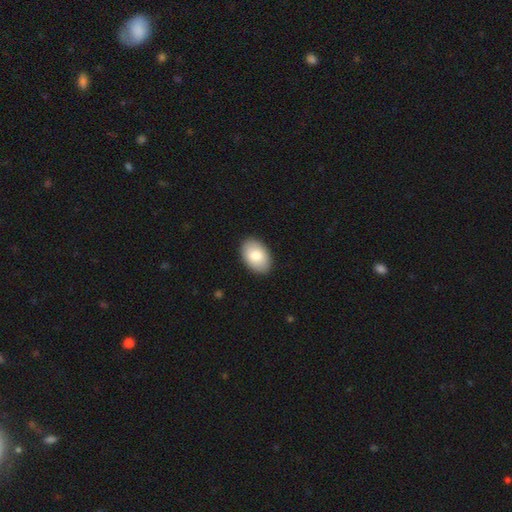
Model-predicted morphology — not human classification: The model was most divided on "smooth or featured": smooth: 81%, featured or disk: 13%, star or artifact: 6%. More confident: how rounded — in between (90%); merging — none (90%).